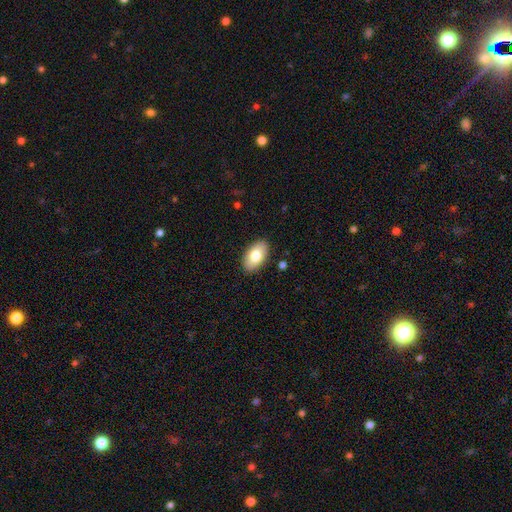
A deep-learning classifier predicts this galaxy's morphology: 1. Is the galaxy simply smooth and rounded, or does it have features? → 80% smooth, 14% featured or disk, 6% star or artifact.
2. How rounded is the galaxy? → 94% in between, 4% round, 2% cigar-shaped.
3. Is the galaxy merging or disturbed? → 88% none, 9% minor disturbance, 2% major disturbance, 1% merger.